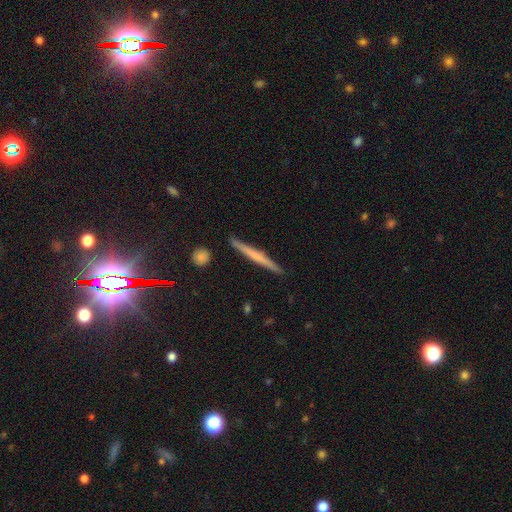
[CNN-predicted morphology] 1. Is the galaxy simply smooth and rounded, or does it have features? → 49% featured or disk, 43% smooth, 7% star or artifact.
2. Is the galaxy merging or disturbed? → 90% none, 7% minor disturbance, 1% merger, 1% major disturbance.